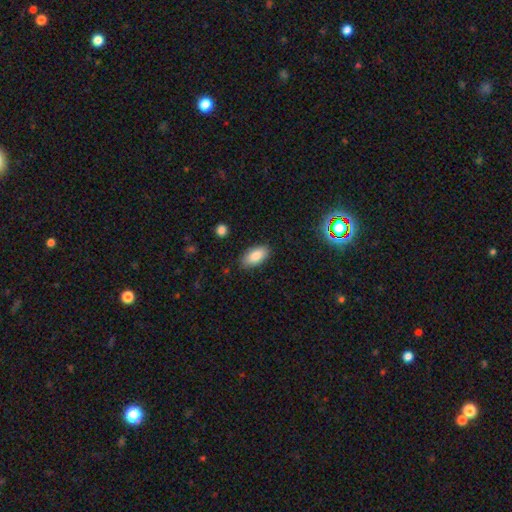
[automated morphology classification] type=smooth (85%); roundness=in between (92%); merging=none (85%).